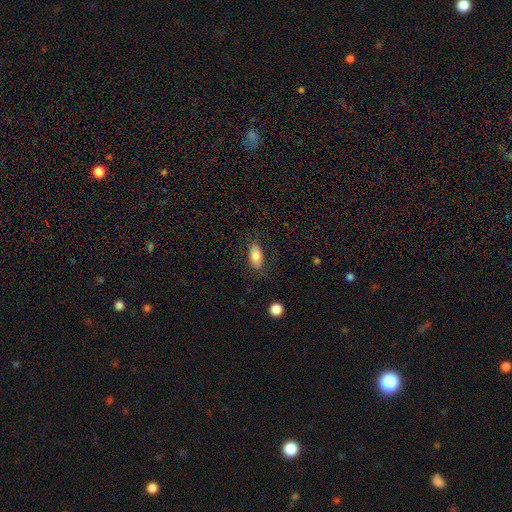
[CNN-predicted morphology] smooth_or_featured: smooth (p=0.80) [alt: featured or disk p=0.13]
how_rounded: in between (p=0.89) [alt: cigar-shaped p=0.08]
merging: none (p=0.81) [alt: minor disturbance p=0.13]